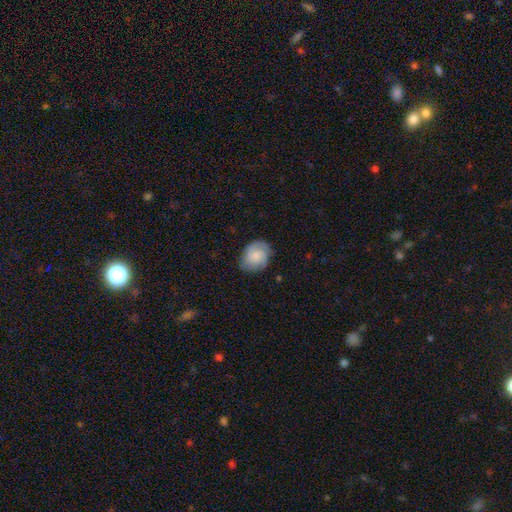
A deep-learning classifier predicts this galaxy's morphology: Smooth or featured? Predicted: smooth (p=0.58). How rounded? Predicted: in between (p=0.51). Merging? Predicted: none (p=0.72).